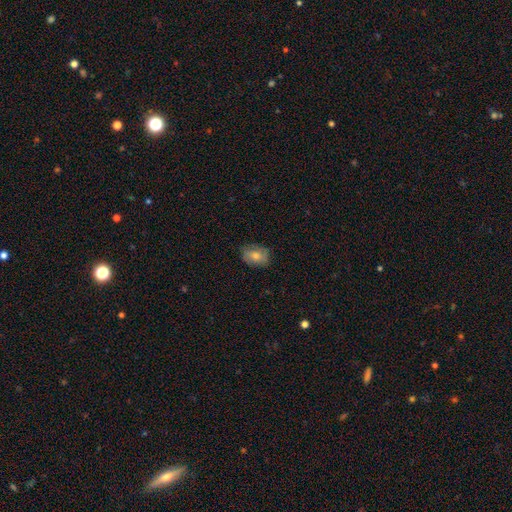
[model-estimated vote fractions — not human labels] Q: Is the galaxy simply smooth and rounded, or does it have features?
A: smooth — 59%.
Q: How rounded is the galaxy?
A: in between — 67%.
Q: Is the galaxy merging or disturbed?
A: none — 80%.